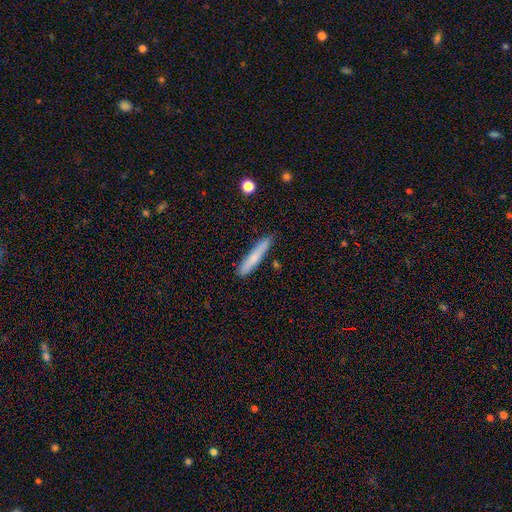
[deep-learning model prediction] This is likely a smooth galaxy (73%). How rounded: clearly cigar-shaped (92%). Merging: clearly none (81%).